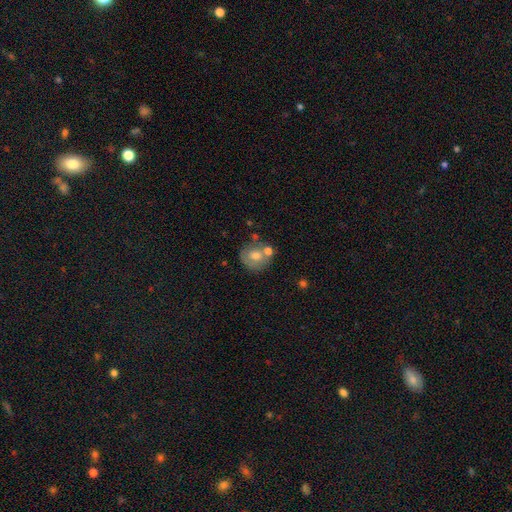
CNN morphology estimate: smooth_or_featured: smooth (p=0.59) [alt: featured or disk p=0.32]
how_rounded: round (p=0.76) [alt: in between p=0.23]
merging: none (p=0.52) [alt: merger p=0.24]